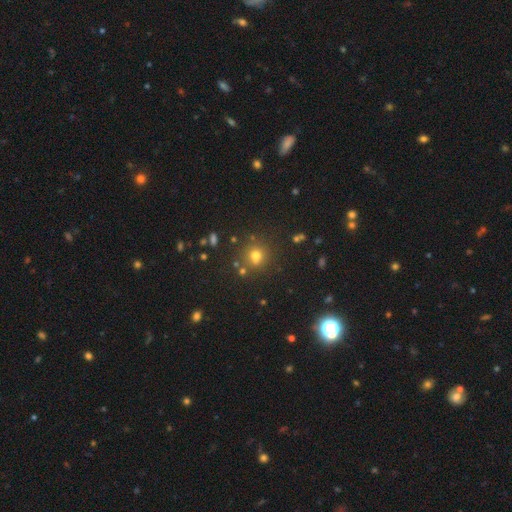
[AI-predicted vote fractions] Q: Smooth or featured?
A: smooth (69%); runner-up: star or artifact (21%)
Q: How rounded?
A: round (84%); runner-up: in between (15%)
Q: Merging?
A: none (75%); runner-up: minor disturbance (11%)